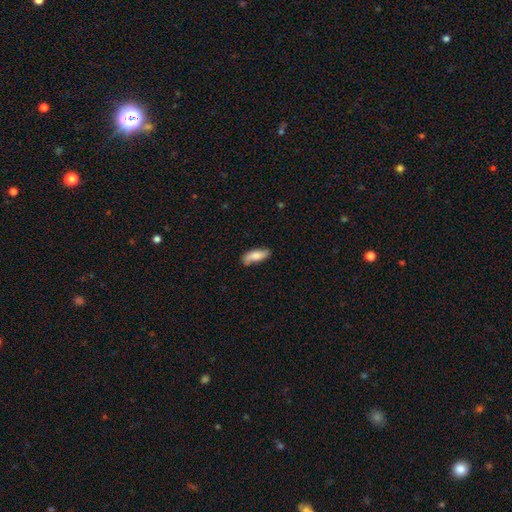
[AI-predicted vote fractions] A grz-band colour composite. It shows a smooth galaxy with no disk features (72%) that is in between round and cigar-shaped (72%). Merging: none (74%).